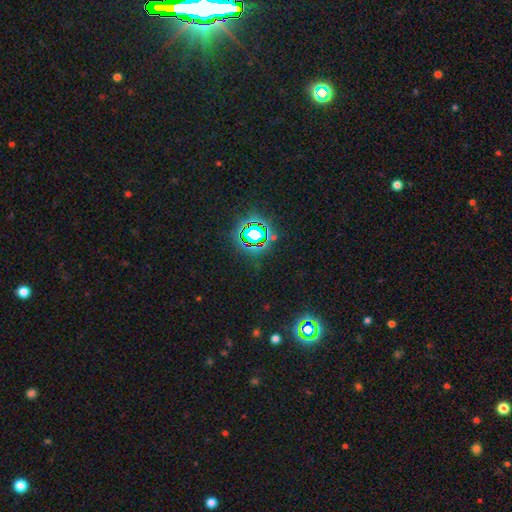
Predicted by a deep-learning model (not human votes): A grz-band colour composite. It shows a star or artifact, not a galaxy (82%).